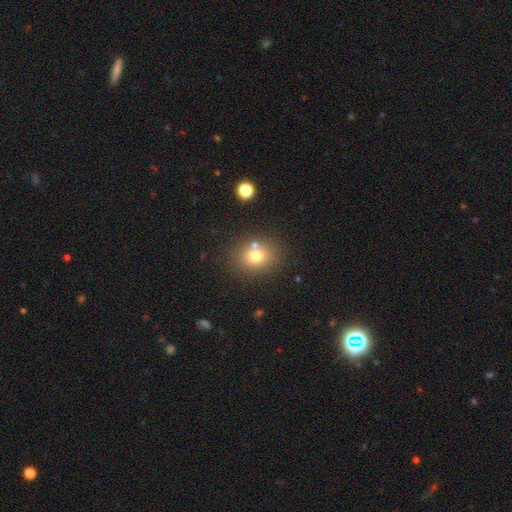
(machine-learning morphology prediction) This is likely a smooth galaxy (73%). How rounded: likely round (70%). Merging: likely none (70%).